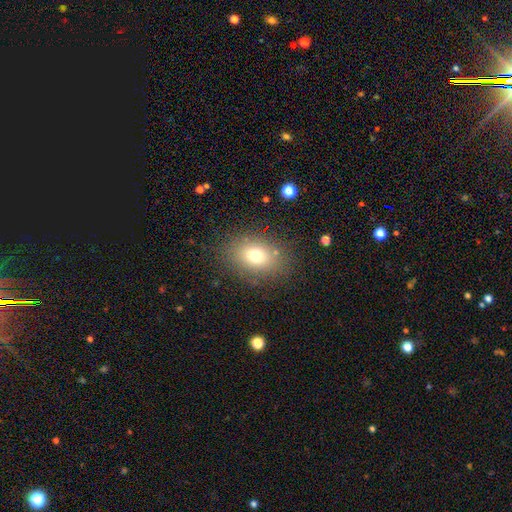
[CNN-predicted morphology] A smooth galaxy with no disk features (73%) that is in between round and cigar-shaped (68%).

Vote fractions:
- Smooth or featured? smooth: 73% / star or artifact: 14% / featured or disk: 13%
- How rounded? in between: 68% / round: 31% / cigar-shaped: 1%
- Merging? none: 82% / minor disturbance: 11% / major disturbance: 5% / merger: 2%